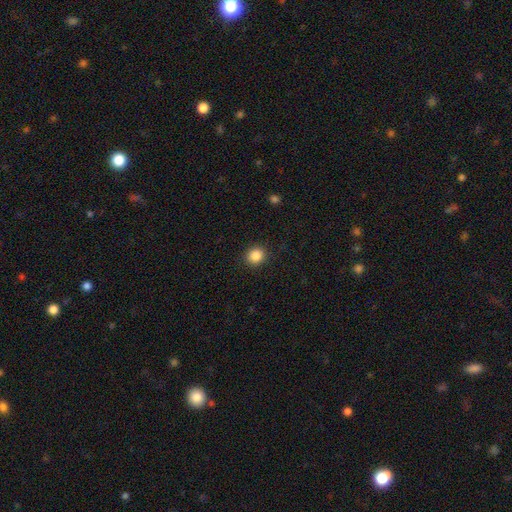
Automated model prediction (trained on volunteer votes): Smooth or featured: smooth — 87% (star or artifact — 10%)
How rounded: round — 82% (in between — 17%)
Merging: none — 91% (minor disturbance — 6%)